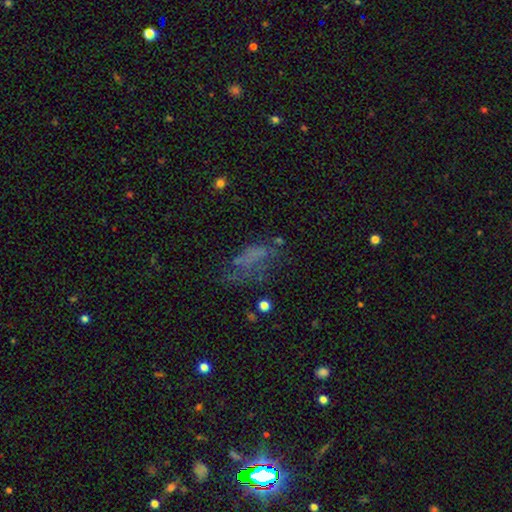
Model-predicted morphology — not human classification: Q: Smooth or featured?
A: smooth (43%); runner-up: featured or disk (33%)
Q: Merging?
A: none (38%); runner-up: major disturbance (36%)